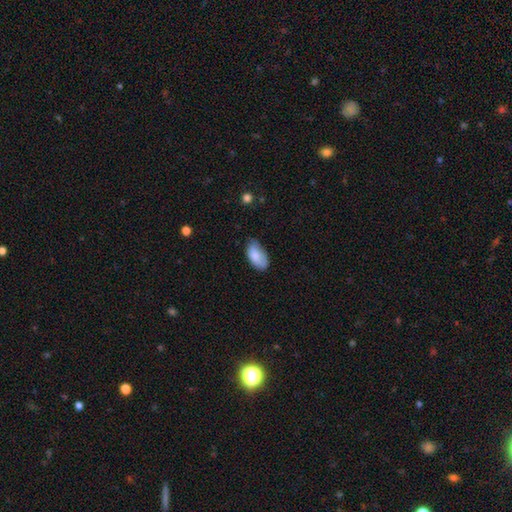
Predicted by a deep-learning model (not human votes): Morphology: type=smooth (83%); roundness=in between (94%); merging=none (57%).